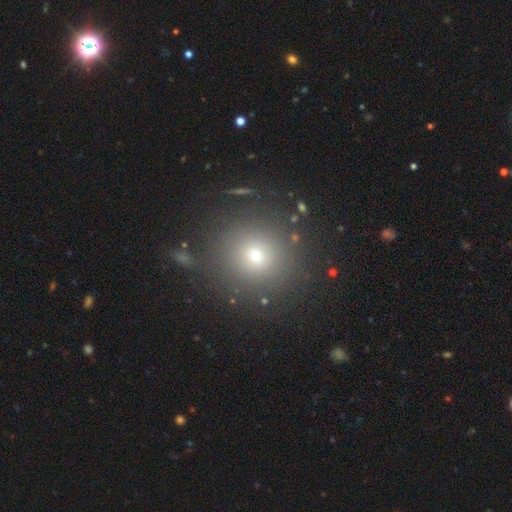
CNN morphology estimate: smooth_or_featured: smooth (p=0.70) [alt: star or artifact p=0.20]
how_rounded: round (p=0.90) [alt: in between p=0.09]
merging: none (p=0.85) [alt: minor disturbance p=0.08]